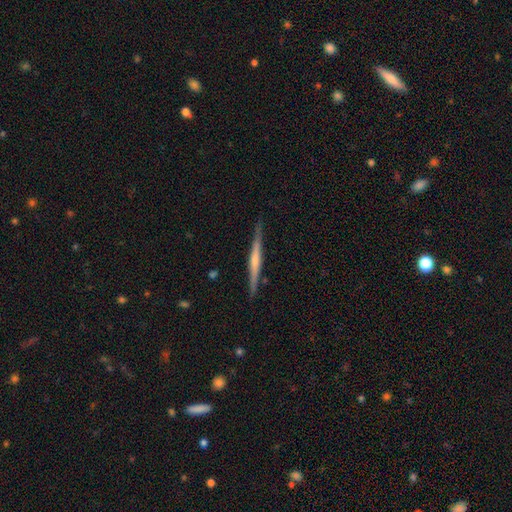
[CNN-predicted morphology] This is likely a featured or disk galaxy (72%). It is clearly viewed edge-on (98%). Edge-on bulge: possibly rounded (47%). Merging: clearly none (89%).